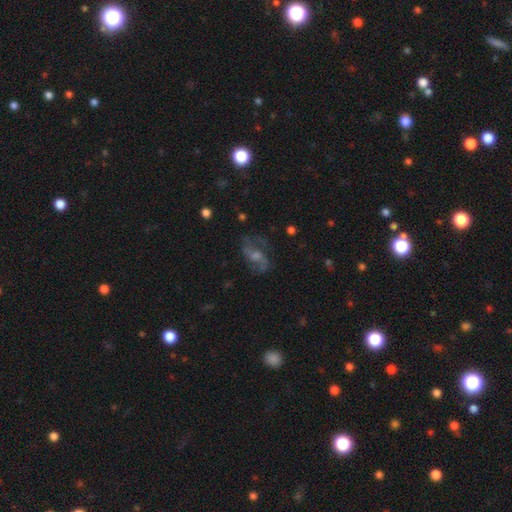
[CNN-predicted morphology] smooth-or-featured: featured or disk: 74% | star or artifact: 14% | smooth: 12%
  disk-edge-on: no: 96% | yes: 4%
    bar: no: 44% | weak: 43% | strong: 13%
    has-spiral-arms: yes: 92% | no: 8%
      spiral-winding: medium: 46% | loose: 40% | tight: 14%
      spiral-arm-count: 2: 84% | can't tell: 8% | 3: 3% | 1: 2% | 4: 2% | more than 4: 2%
    bulge-size: moderate: 49% | small: 35% | large: 7% | none: 7% | dominant: 2%
  merging: none: 73% | minor disturbance: 15% | major disturbance: 10% | merger: 2%